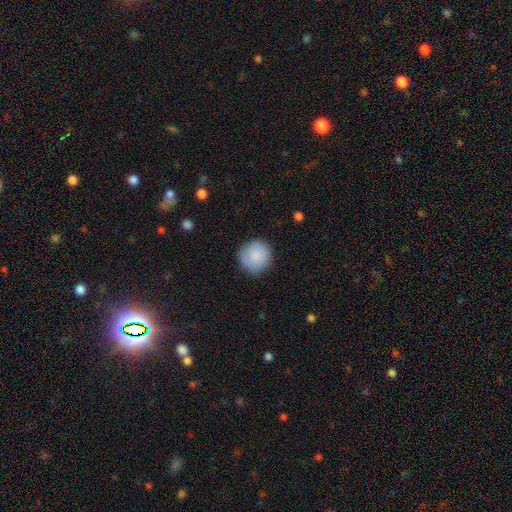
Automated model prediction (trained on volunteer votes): Smooth or featured?
  - smooth: 87% *
  - star or artifact: 6%
  - featured or disk: 6%
How rounded?
  - round: 93% *
  - in between: 6%
  - cigar-shaped: 1%
Merging?
  - none: 88% *
  - minor disturbance: 9%
  - major disturbance: 2%
  - merger: 1%